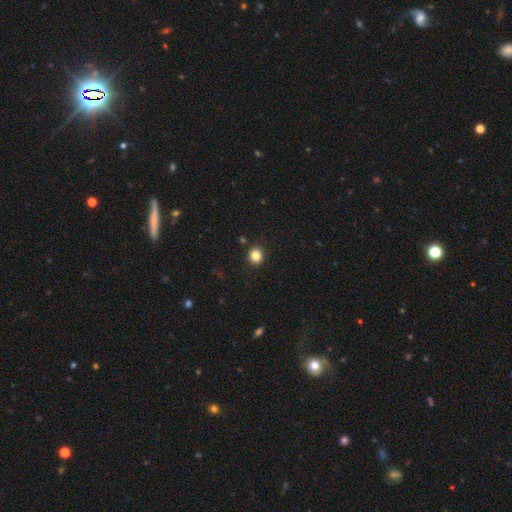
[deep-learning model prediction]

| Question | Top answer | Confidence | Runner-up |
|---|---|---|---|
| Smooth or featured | smooth | 84% | star or artifact (12%) |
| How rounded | round | 83% | in between (16%) |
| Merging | none | 91% | minor disturbance (6%) |